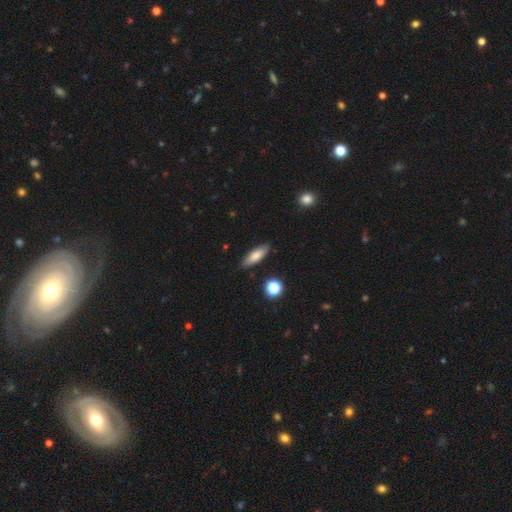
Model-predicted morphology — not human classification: Overall: smooth (78%). How rounded: in between (56%; cigar-shaped 42%). Merging: none (87%).